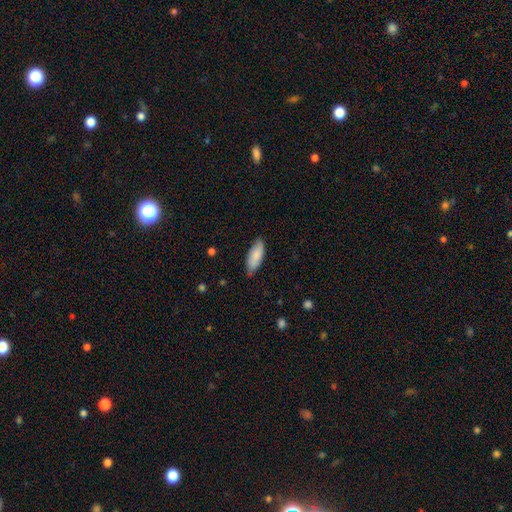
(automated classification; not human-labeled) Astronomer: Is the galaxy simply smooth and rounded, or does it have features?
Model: smooth — 84%.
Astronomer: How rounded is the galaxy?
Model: in between — 75%.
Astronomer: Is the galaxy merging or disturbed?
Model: none — 78%.